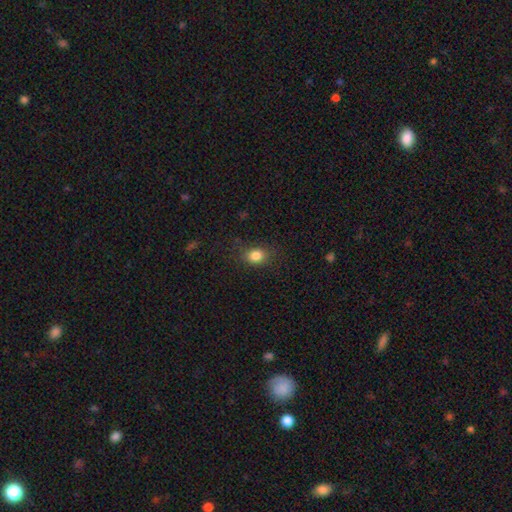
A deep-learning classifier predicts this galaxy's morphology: smooth-or-featured: smooth: 83% | star or artifact: 12% | featured or disk: 6%
  how-rounded: round: 56% | in between: 42% | cigar-shaped: 1%
  merging: none: 81% | minor disturbance: 13% | major disturbance: 4% | merger: 1%